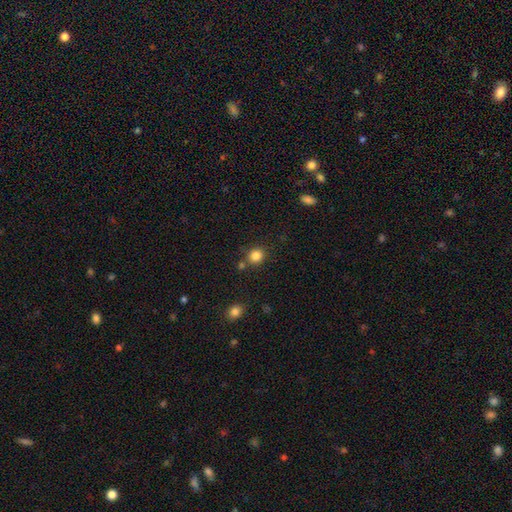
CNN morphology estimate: This is clearly a smooth galaxy (84%). How rounded: clearly round (81%). Merging: likely none (78%).